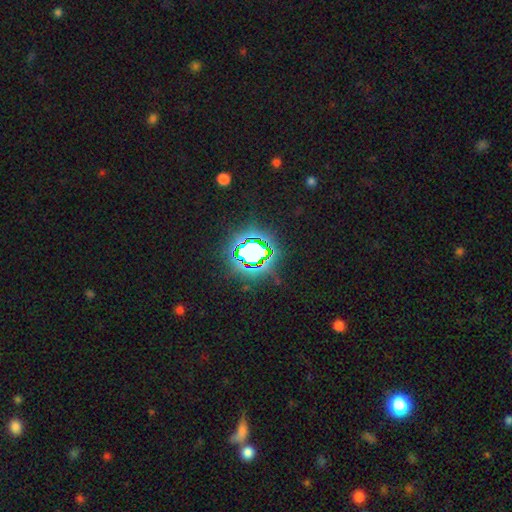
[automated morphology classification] Smooth or featured: star or artifact — 73% (smooth — 16%)